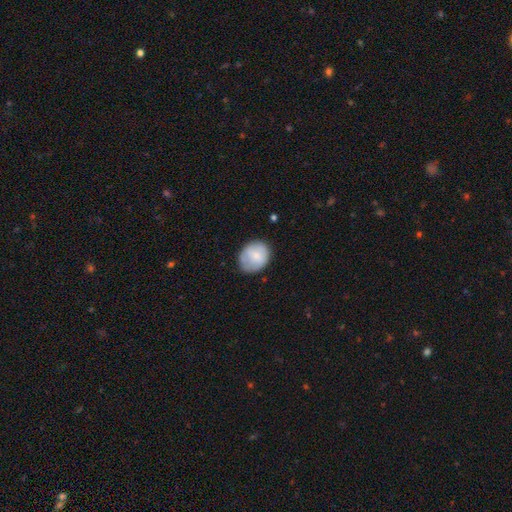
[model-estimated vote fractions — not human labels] Smooth or featured: smooth — 74% (featured or disk — 19%)
How rounded: round — 61% (in between — 38%)
Merging: none — 70% (minor disturbance — 22%)